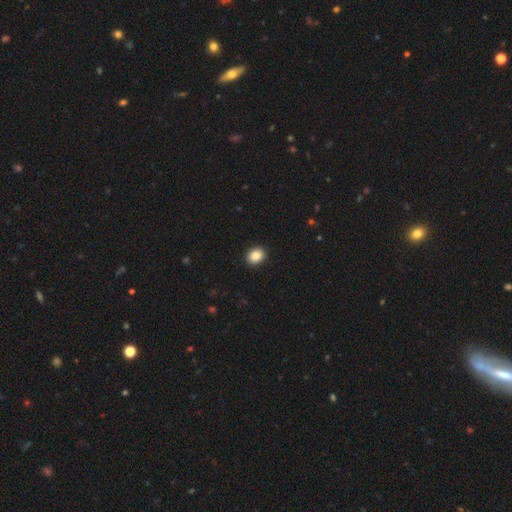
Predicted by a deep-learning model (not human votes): Smooth or featured?
  - smooth: 88% *
  - star or artifact: 8%
  - featured or disk: 4%
How rounded?
  - in between: 50% *
  - round: 49%
  - cigar-shaped: 1%
Merging?
  - none: 92% *
  - minor disturbance: 5%
  - major disturbance: 2%
  - merger: 1%